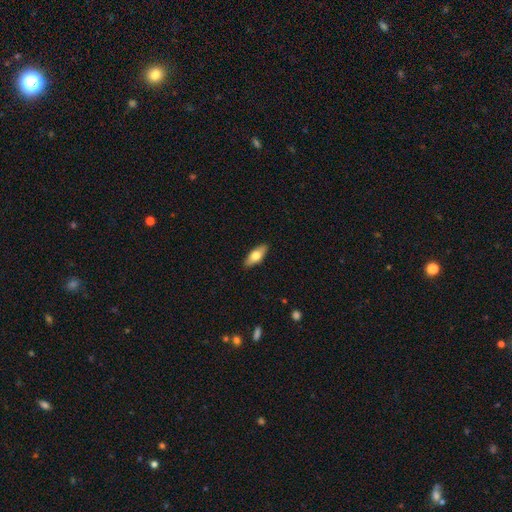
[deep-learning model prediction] The model was most divided on "smooth or featured": smooth: 67%, featured or disk: 27%, star or artifact: 6%. More confident: merging — none (90%); how rounded — in between (75%).